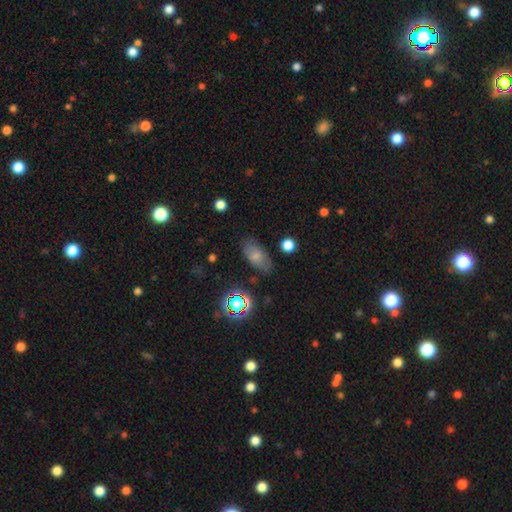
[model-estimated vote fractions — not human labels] This is likely a smooth galaxy (73%). How rounded: clearly in between (89%). Merging: likely none (77%).